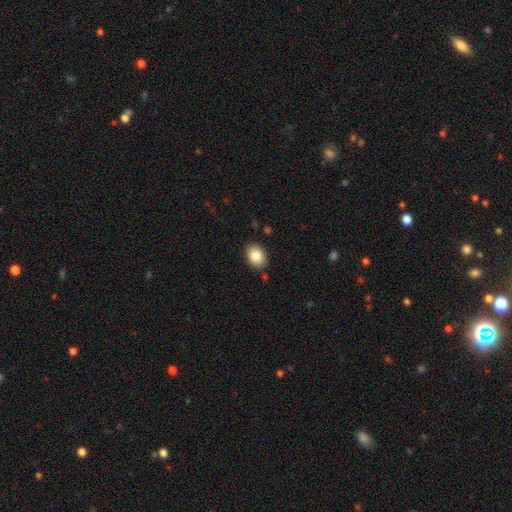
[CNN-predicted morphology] A smooth galaxy with no disk features (85%) that is in between round and cigar-shaped (69%).

Vote fractions:
- Smooth or featured? smooth: 85% / star or artifact: 8% / featured or disk: 7%
- How rounded? in between: 69% / round: 30% / cigar-shaped: 1%
- Merging? none: 86% / minor disturbance: 9% / major disturbance: 2% / merger: 2%